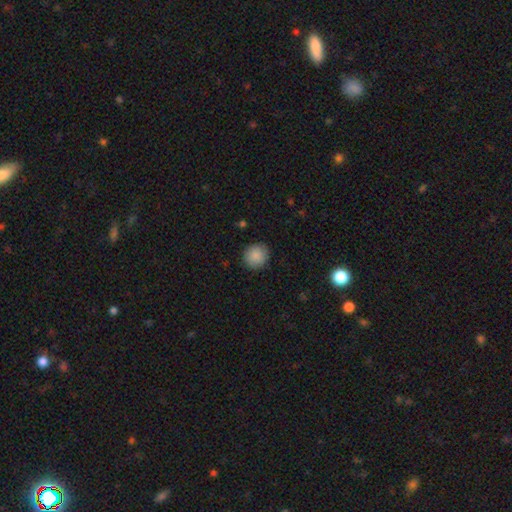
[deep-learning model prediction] Smooth or featured: smooth — 88% (star or artifact — 8%)
How rounded: round — 90% (in between — 9%)
Merging: none — 90% (minor disturbance — 7%)